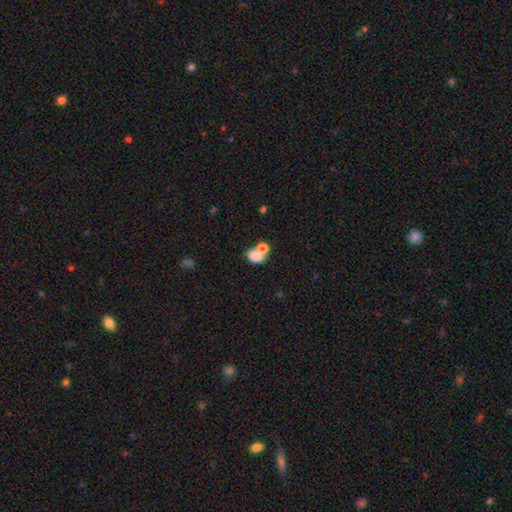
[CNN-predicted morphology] Q: Smooth or featured?
A: smooth (78%); runner-up: featured or disk (11%)
Q: How rounded?
A: in between (73%); runner-up: round (26%)
Q: Merging?
A: merger (50%); runner-up: none (33%)